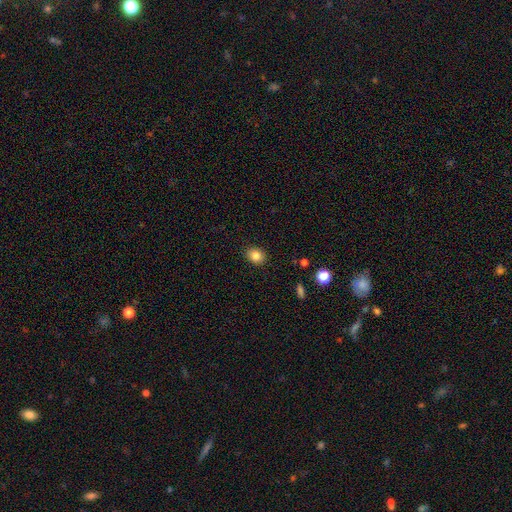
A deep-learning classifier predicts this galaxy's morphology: smooth_or_featured: smooth (p=0.84) [alt: star or artifact p=0.10]
how_rounded: round (p=0.52) [alt: in between p=0.47]
merging: none (p=0.89) [alt: minor disturbance p=0.08]